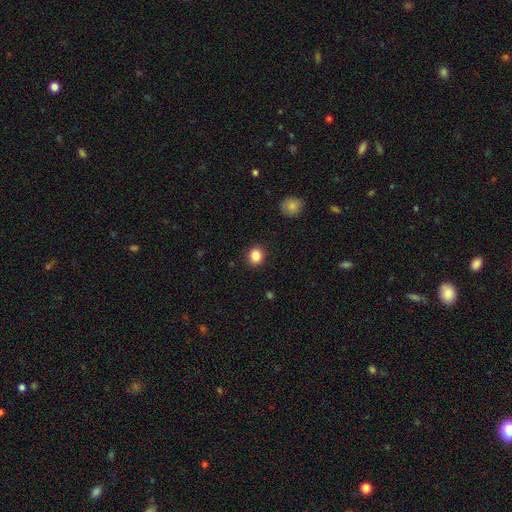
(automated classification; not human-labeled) Smooth or featured?
  - smooth: 85% *
  - star or artifact: 11%
  - featured or disk: 4%
How rounded?
  - round: 82% *
  - in between: 17%
  - cigar-shaped: 1%
Merging?
  - none: 91% *
  - minor disturbance: 6%
  - major disturbance: 2%
  - merger: 1%